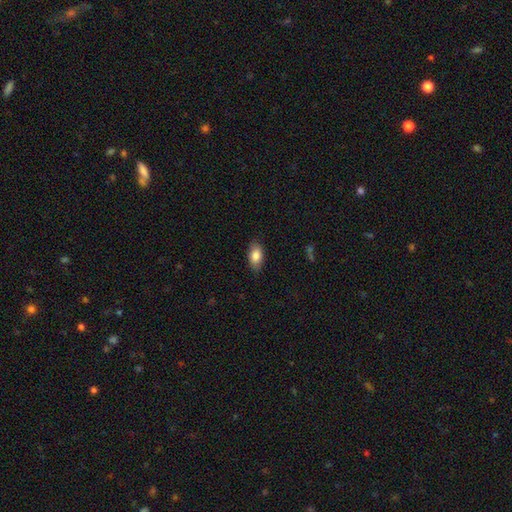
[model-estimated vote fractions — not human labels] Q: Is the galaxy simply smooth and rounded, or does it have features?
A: smooth — 84%.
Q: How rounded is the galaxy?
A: in between — 91%.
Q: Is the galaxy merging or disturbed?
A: none — 85%.